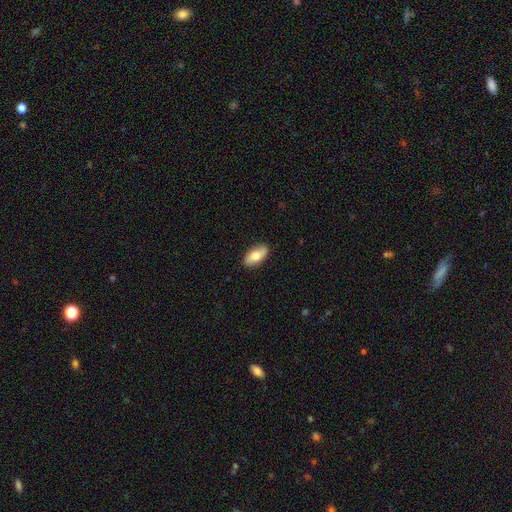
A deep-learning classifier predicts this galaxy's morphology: type=smooth (63%); roundness=in between (90%); merging=none (85%).